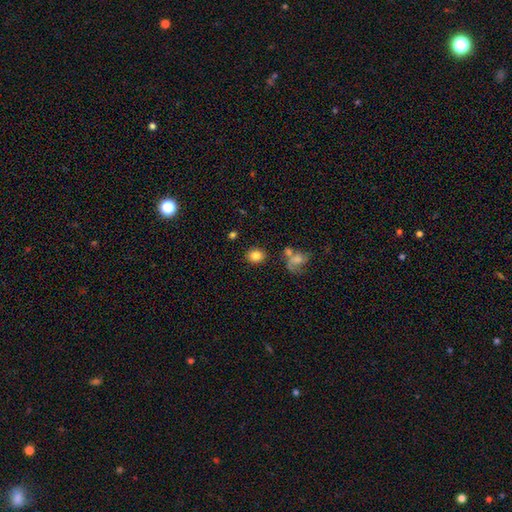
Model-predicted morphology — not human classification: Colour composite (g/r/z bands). It shows a smooth galaxy with no disk features (84%) that is round (62%). Merging: none (80%).